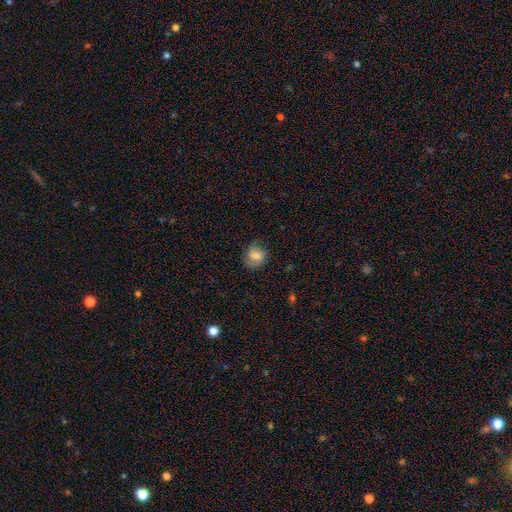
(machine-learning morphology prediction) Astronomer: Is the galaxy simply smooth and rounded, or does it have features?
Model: smooth — 69%.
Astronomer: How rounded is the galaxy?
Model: round — 68%.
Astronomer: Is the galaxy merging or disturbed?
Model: none — 72%.